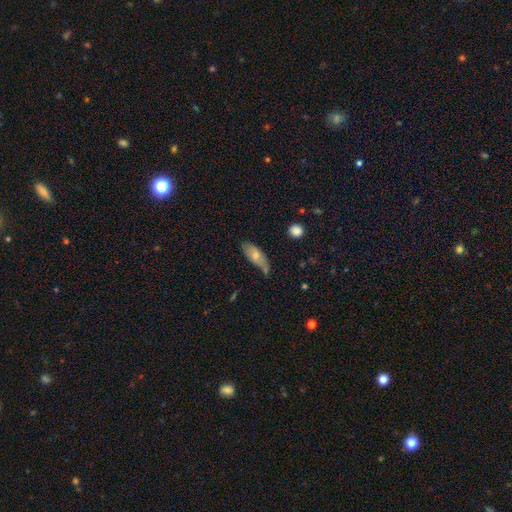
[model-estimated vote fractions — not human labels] This appears to be a smooth galaxy with no disk features (64%) that is in between round and cigar-shaped (76%). Merging: none (55%).